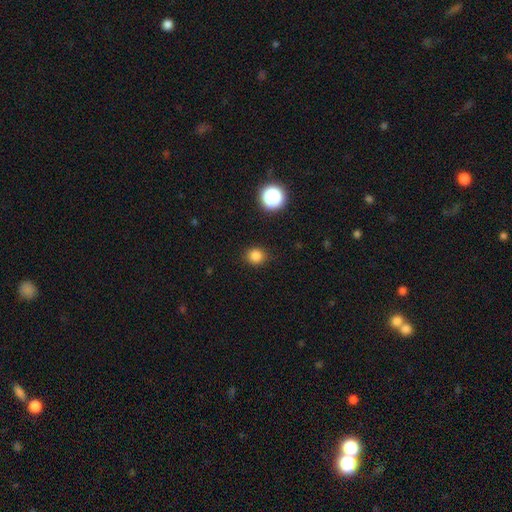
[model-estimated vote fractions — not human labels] smooth 82%, star or artifact 14%, featured or disk 4%. Down the decision tree: how rounded — round (84%); merging — none (89%).